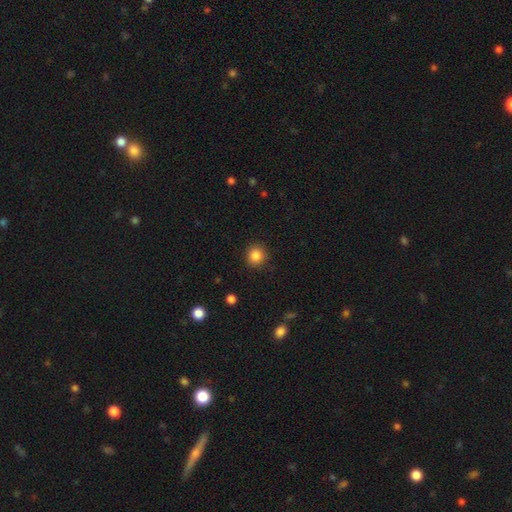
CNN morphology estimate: smooth_or_featured: smooth (p=0.85) [alt: star or artifact p=0.11]
how_rounded: round (p=0.89) [alt: in between p=0.10]
merging: none (p=0.89) [alt: minor disturbance p=0.07]